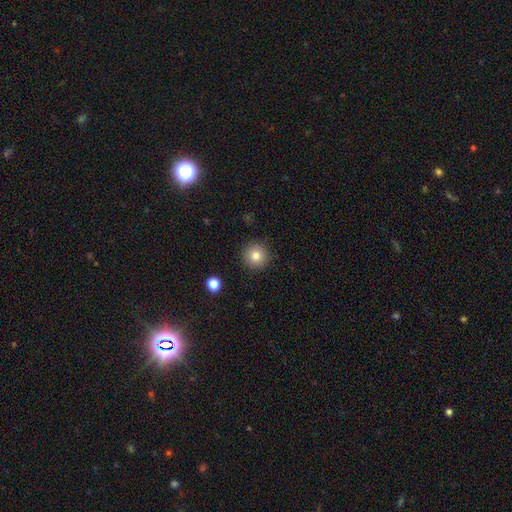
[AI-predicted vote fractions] smooth_or_featured: smooth (p=0.82) [alt: star or artifact p=0.11]
how_rounded: round (p=0.95) [alt: in between p=0.04]
merging: none (p=0.90) [alt: minor disturbance p=0.06]